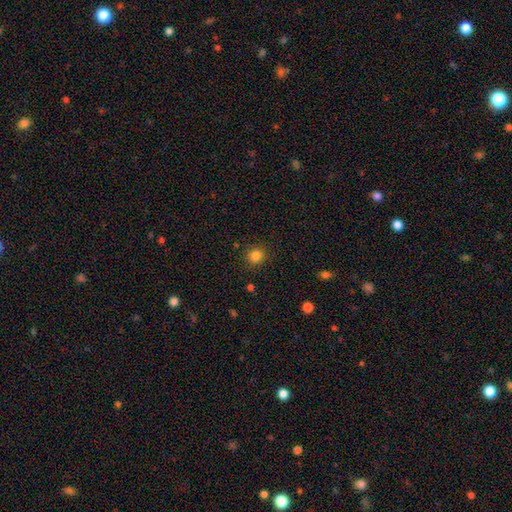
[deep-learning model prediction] Q: Smooth or featured?
A: smooth (84%); runner-up: star or artifact (12%)
Q: How rounded?
A: round (89%); runner-up: in between (10%)
Q: Merging?
A: none (90%); runner-up: minor disturbance (7%)